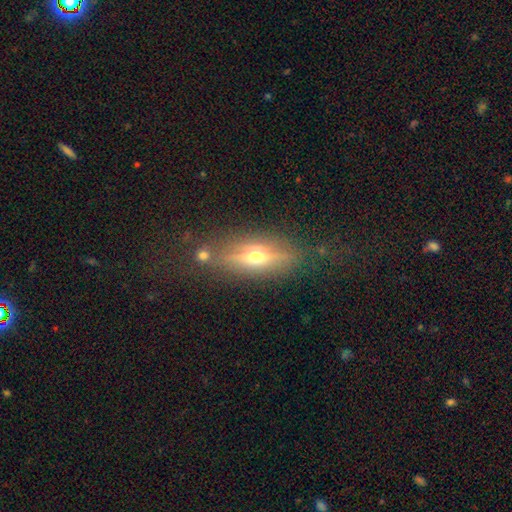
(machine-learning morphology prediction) Q: Smooth or featured?
A: featured or disk (57%); runner-up: smooth (32%)
Q: Edge-on disk?
A: yes (85%); runner-up: no (15%)
Q: Merging?
A: none (77%); runner-up: minor disturbance (13%)